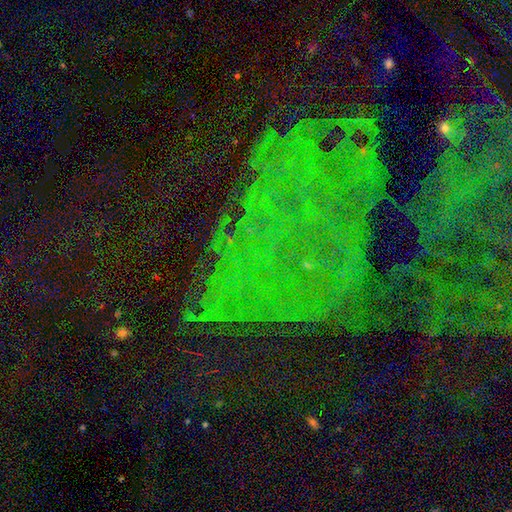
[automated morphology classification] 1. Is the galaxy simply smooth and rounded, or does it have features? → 79% star or artifact, 12% featured or disk, 10% smooth.